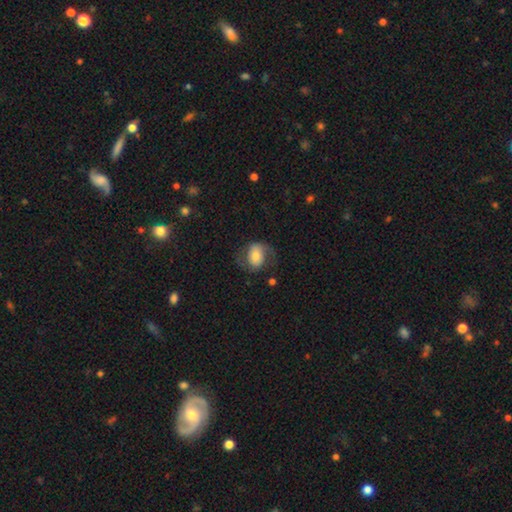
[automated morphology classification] Smooth or featured? featured or disk (51%)
Edge-on disk? no (97%)
Merging? none (62%)